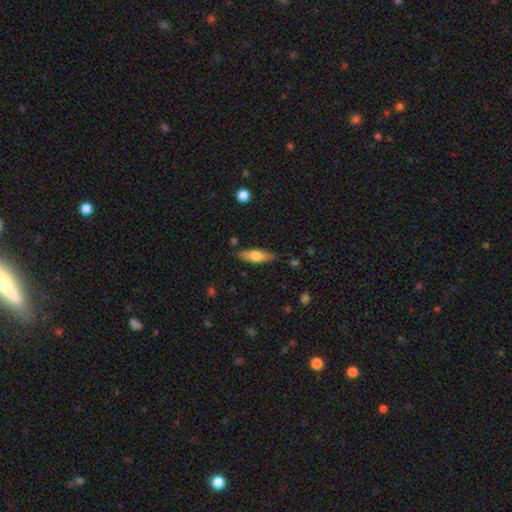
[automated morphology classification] Smooth or featured? smooth (62%)
How rounded? in between (53%)
Merging? none (82%)